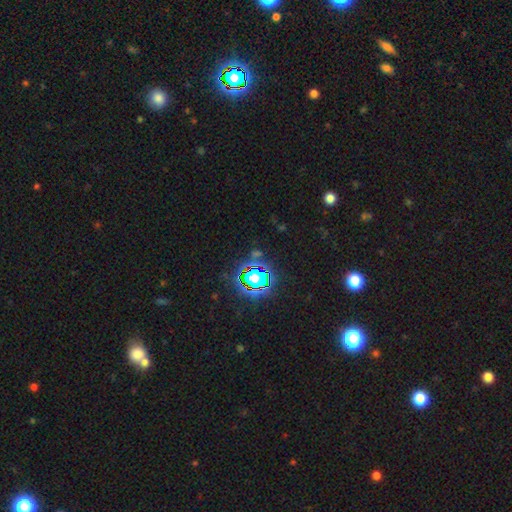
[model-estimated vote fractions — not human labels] Smooth or featured? Predicted: star or artifact (p=0.73).